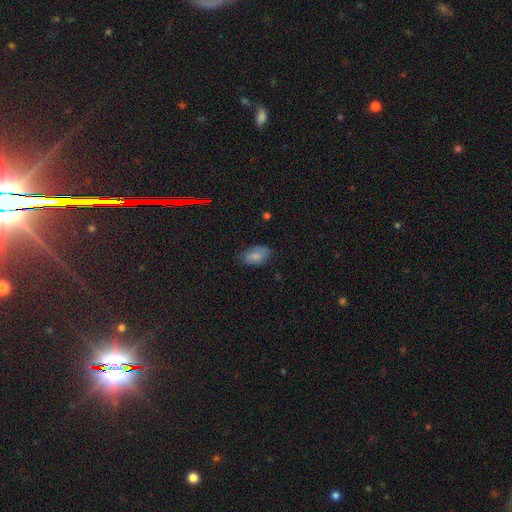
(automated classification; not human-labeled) Morphology: type=smooth (78%); roundness=in between (91%); merging=none (68%).